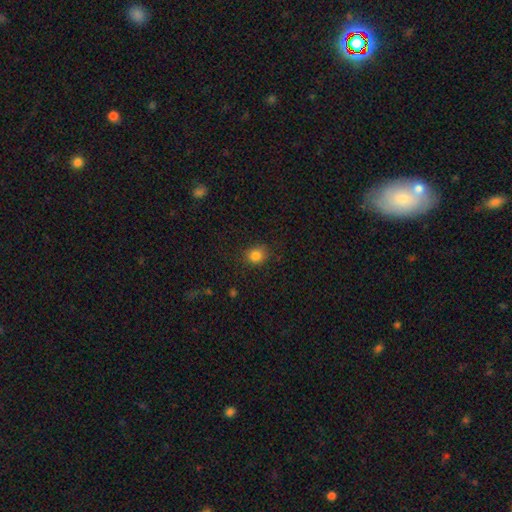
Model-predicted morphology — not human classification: smooth-or-featured: smooth: 84% | star or artifact: 12% | featured or disk: 5%
  how-rounded: round: 73% | in between: 26% | cigar-shaped: 1%
  merging: none: 81% | minor disturbance: 14% | major disturbance: 4% | merger: 1%